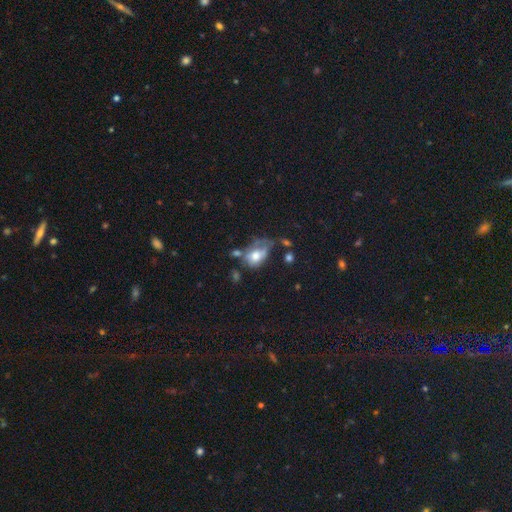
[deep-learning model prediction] Smooth or featured? smooth (61%)
How rounded? in between (74%)
Merging? major disturbance (33%)